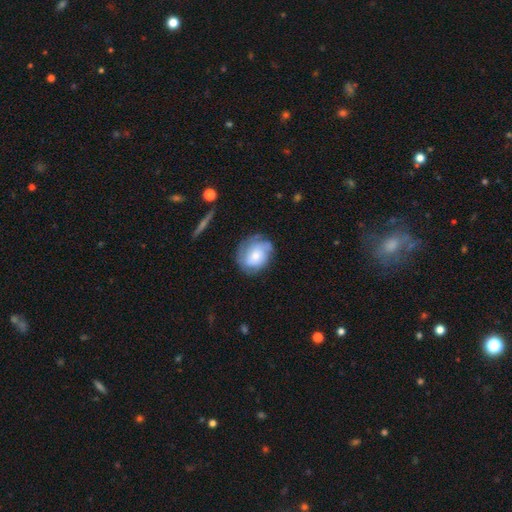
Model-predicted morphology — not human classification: Smooth or featured: featured or disk — 50% (smooth — 42%)
Edge-on disk: no — 97% (yes — 3%)
Merging: none — 65% (minor disturbance — 23%)